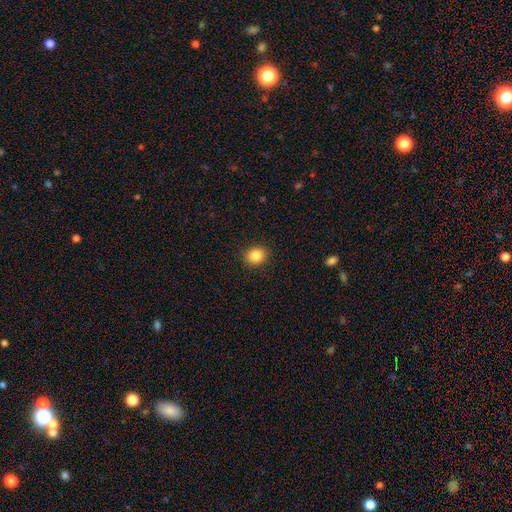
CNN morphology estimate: Smooth or featured: smooth — 86% (star or artifact — 10%)
How rounded: round — 71% (in between — 28%)
Merging: none — 91% (minor disturbance — 6%)